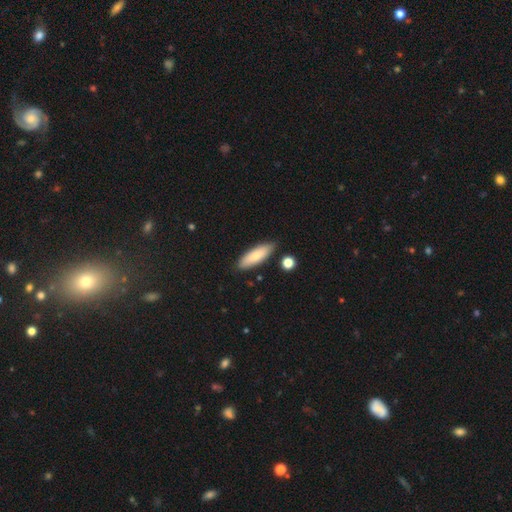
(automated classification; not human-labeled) A smooth galaxy with no disk features (78%) that is in between round and cigar-shaped (53%). Merging: none (84%).